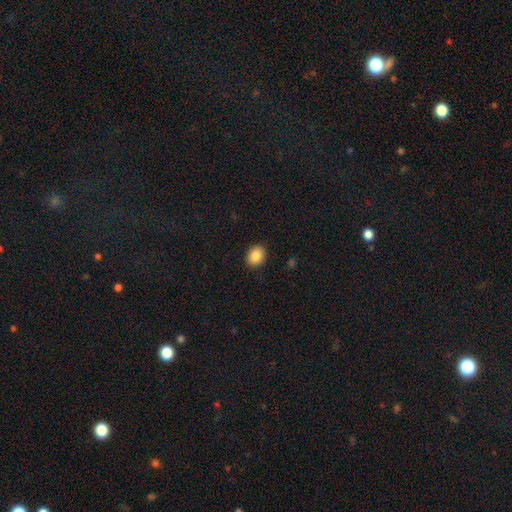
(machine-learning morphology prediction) Q: Smooth or featured?
A: smooth (87%); runner-up: star or artifact (9%)
Q: How rounded?
A: in between (52%); runner-up: round (47%)
Q: Merging?
A: none (91%); runner-up: minor disturbance (7%)